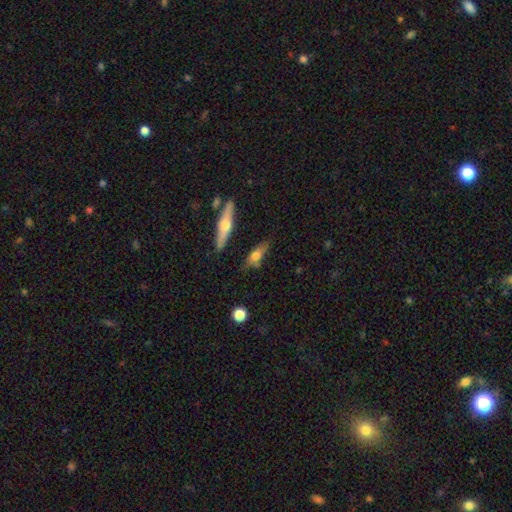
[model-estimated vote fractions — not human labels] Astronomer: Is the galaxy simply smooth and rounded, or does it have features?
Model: smooth — 61%.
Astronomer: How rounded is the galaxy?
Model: in between — 55% (runner-up: cigar-shaped, 40%).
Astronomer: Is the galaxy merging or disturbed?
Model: none — 70%.